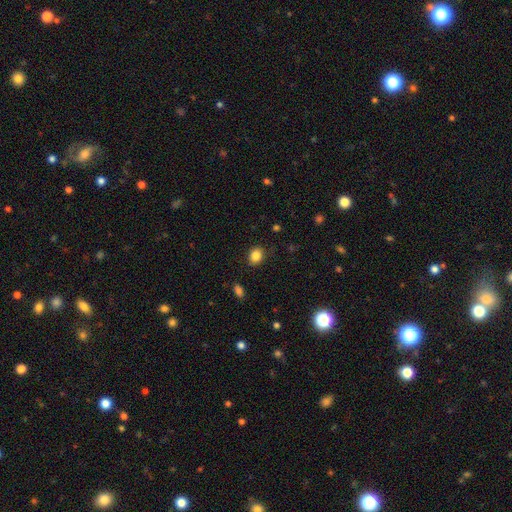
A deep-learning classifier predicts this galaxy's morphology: A smooth galaxy with no disk features (85%) that is round (50%).

Vote fractions:
- Smooth or featured? smooth: 85% / star or artifact: 10% / featured or disk: 5%
- How rounded? round: 50% / in between: 49% / cigar-shaped: 1%
- Merging? none: 87% / minor disturbance: 9% / major disturbance: 3% / merger: 1%